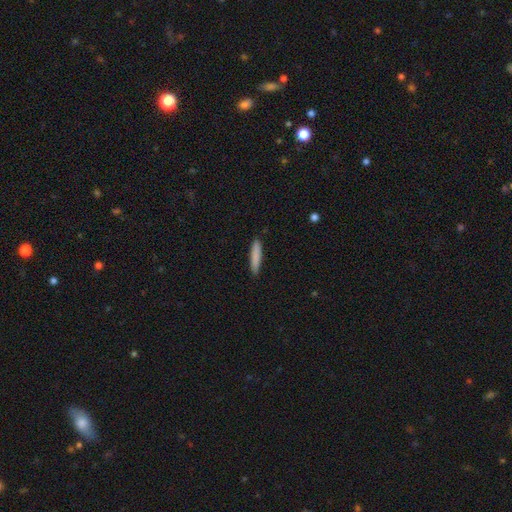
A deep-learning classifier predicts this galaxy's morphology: Smooth or featured? smooth (85%)
How rounded? cigar-shaped (88%)
Merging? none (89%)